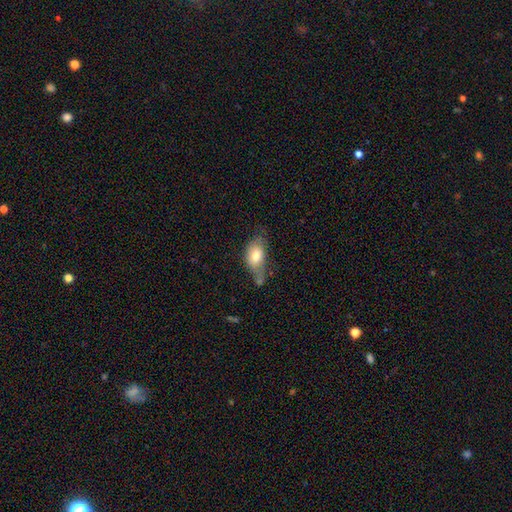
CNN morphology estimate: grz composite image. It shows a smooth galaxy with no disk features (71%) that is in between round and cigar-shaped (85%). Merging: minor disturbance (33%).